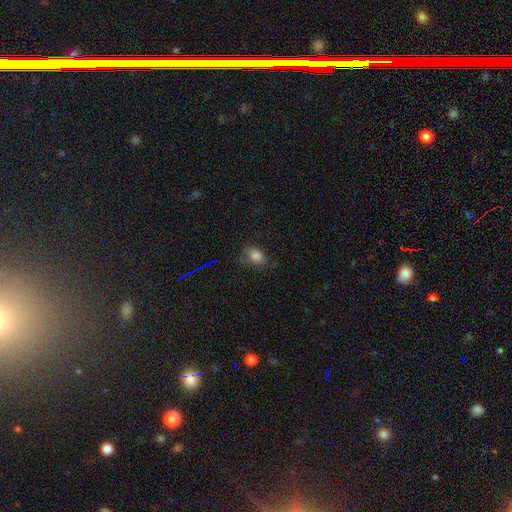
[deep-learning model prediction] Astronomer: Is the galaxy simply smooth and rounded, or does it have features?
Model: smooth — 81%.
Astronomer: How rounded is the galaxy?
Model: in between — 72%.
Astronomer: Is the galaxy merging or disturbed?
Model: none — 69%.